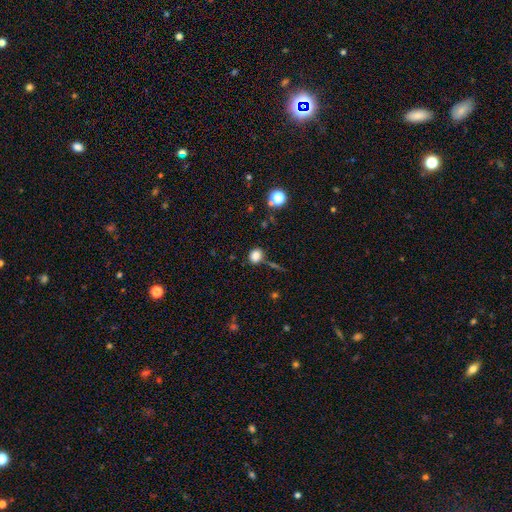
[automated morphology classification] A smooth galaxy with no disk features (82%) that is round (62%).

Vote fractions:
- Smooth or featured? smooth: 82% / star or artifact: 13% / featured or disk: 5%
- How rounded? round: 62% / in between: 37% / cigar-shaped: 1%
- Merging? none: 75% / minor disturbance: 13% / merger: 8% / major disturbance: 4%